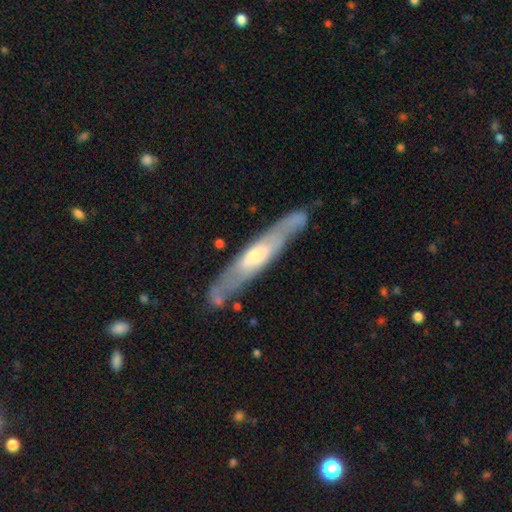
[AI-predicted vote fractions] smooth-or-featured: featured or disk: 65% | smooth: 30% | star or artifact: 5%
  disk-edge-on: yes: 60% | no: 40%
  merging: none: 75% | minor disturbance: 16% | major disturbance: 6% | merger: 4%